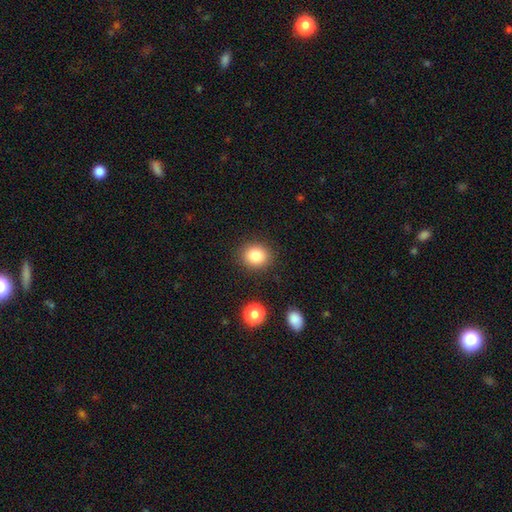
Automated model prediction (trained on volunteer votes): Smooth or featured? smooth (83%)
How rounded? round (77%)
Merging? none (88%)